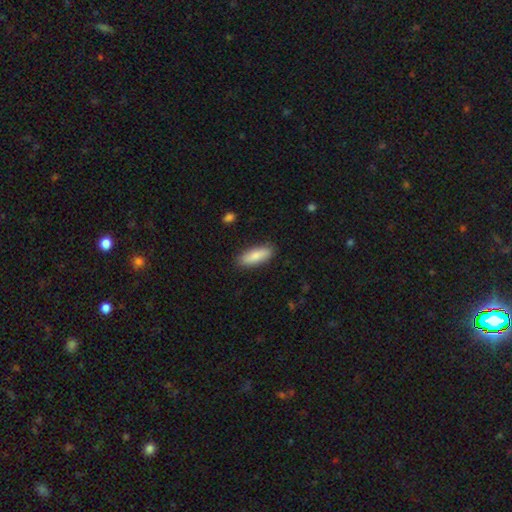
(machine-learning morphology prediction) Overall: smooth (83%). How rounded: in between (63%; cigar-shaped 35%). Merging: none (87%).